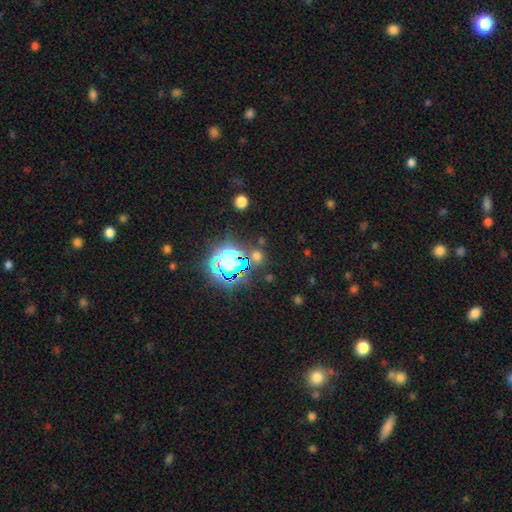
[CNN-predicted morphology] smooth_or_featured: star or artifact (p=0.66) [alt: smooth p=0.24]